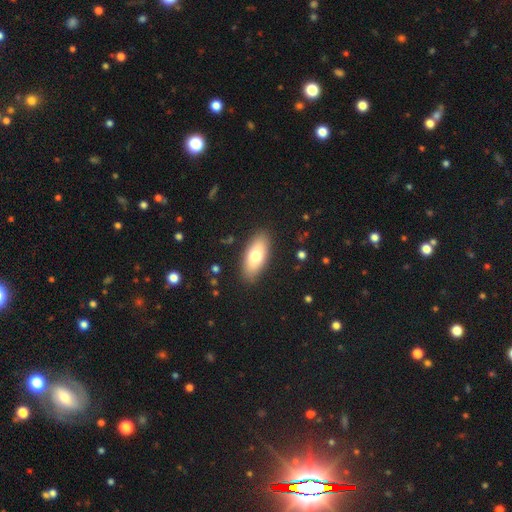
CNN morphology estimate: Smooth or featured?
  - smooth: 73% *
  - featured or disk: 21%
  - star or artifact: 7%
How rounded?
  - in between: 84% *
  - cigar-shaped: 13%
  - round: 3%
Merging?
  - none: 88% *
  - minor disturbance: 9%
  - major disturbance: 2%
  - merger: 1%